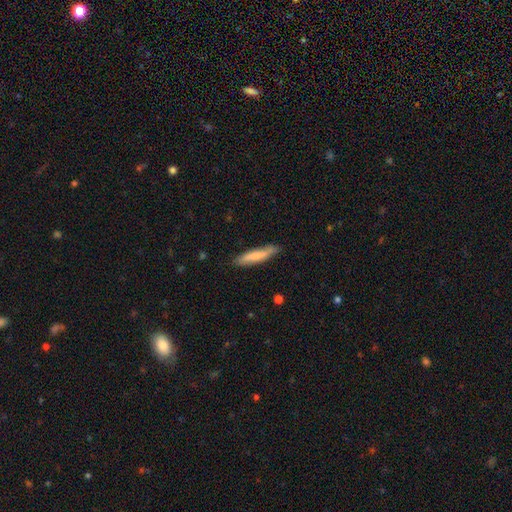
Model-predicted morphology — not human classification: A smooth galaxy with no disk features (67%) that is cigar-shaped (82%). Merging: none (82%).